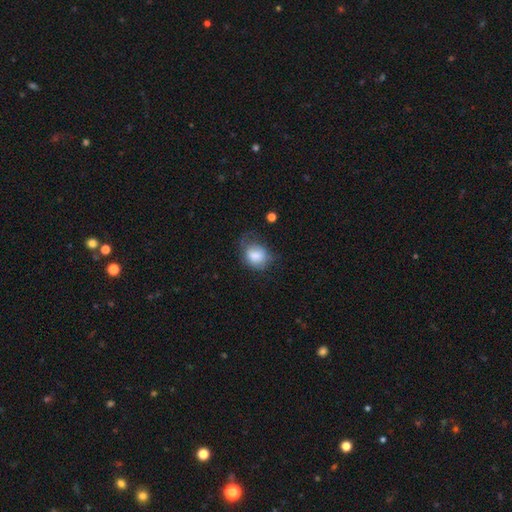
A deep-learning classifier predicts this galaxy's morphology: A smooth galaxy with no disk features (78%) that is in between round and cigar-shaped (51%). Merging: none (41%).